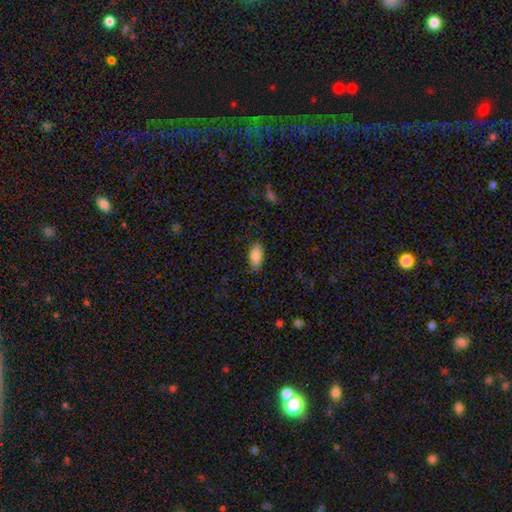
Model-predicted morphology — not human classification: Smooth or featured? smooth (88%)
How rounded? in between (92%)
Merging? none (80%)